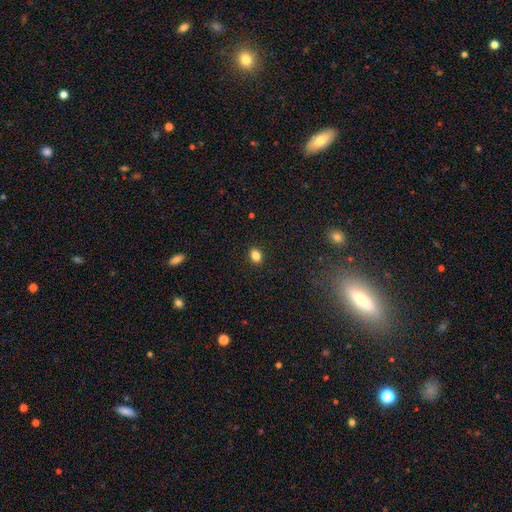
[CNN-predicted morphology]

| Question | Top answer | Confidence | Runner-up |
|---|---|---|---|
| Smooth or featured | smooth | 84% | star or artifact (11%) |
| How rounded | in between | 57% | round (42%) |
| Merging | none | 90% | minor disturbance (7%) |